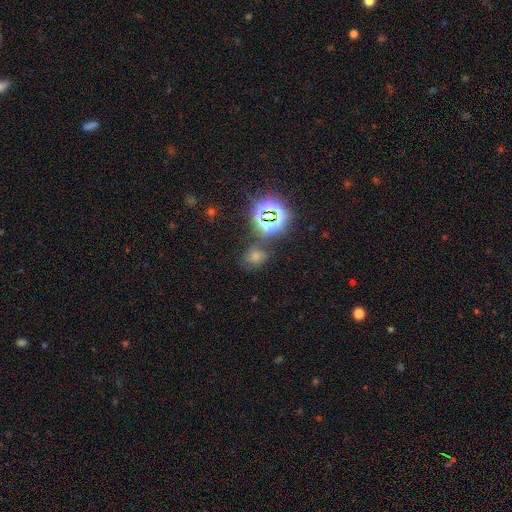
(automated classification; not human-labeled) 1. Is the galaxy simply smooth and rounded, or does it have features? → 49% smooth, 39% star or artifact, 12% featured or disk.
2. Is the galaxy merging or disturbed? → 63% none, 19% minor disturbance, 10% merger, 9% major disturbance.